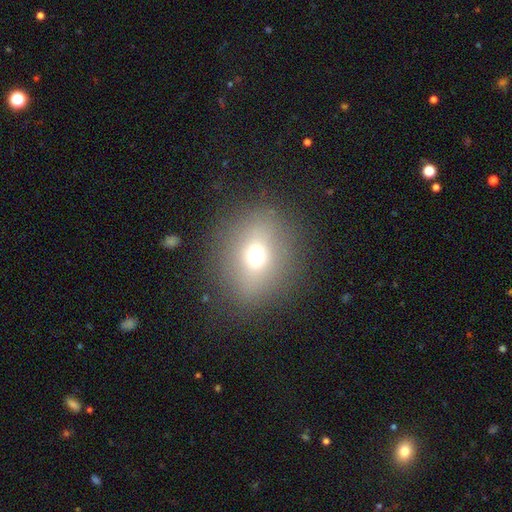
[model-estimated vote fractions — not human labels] smooth 65%, featured or disk 19%, star or artifact 16%. Down the decision tree: how rounded — round (69%); merging — none (84%).